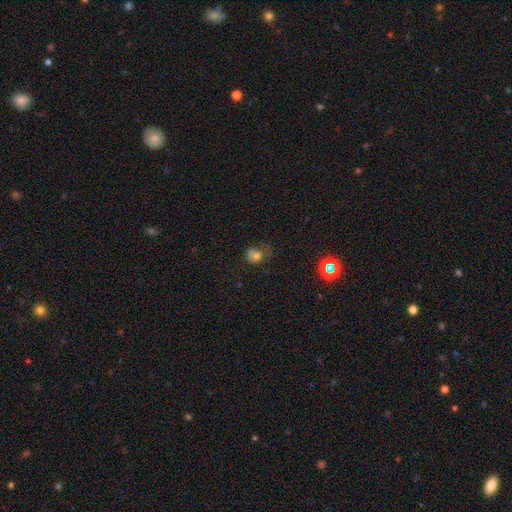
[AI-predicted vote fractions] smooth-or-featured: smooth: 67% | star or artifact: 17% | featured or disk: 16%
  how-rounded: round: 65% | in between: 34% | cigar-shaped: 1%
  merging: none: 33% | merger: 24% | minor disturbance: 23% | major disturbance: 20%